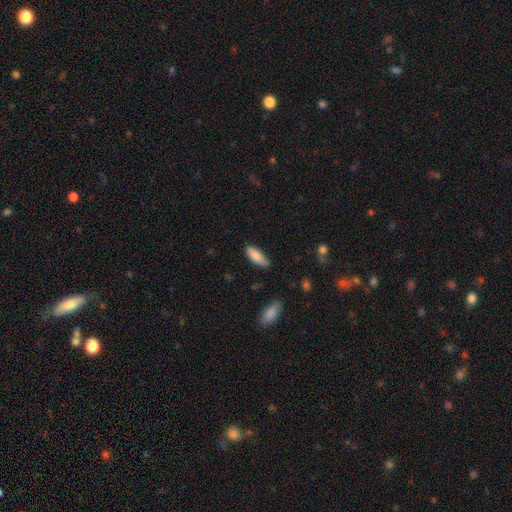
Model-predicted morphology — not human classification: This is clearly a smooth galaxy (86%). How rounded: likely in between (65%). Merging: clearly none (80%).